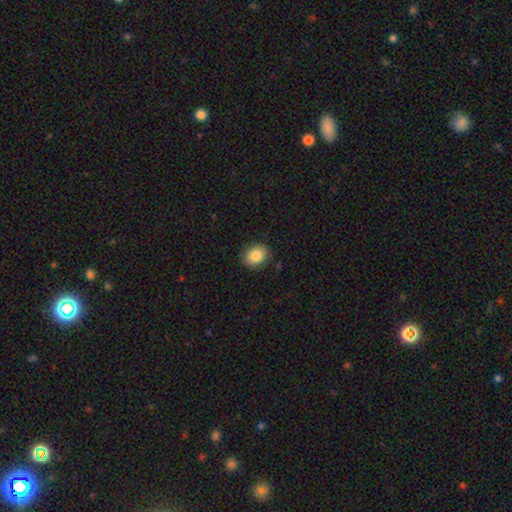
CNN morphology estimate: Q: Smooth or featured?
A: smooth (84%); runner-up: star or artifact (8%)
Q: How rounded?
A: in between (50%); runner-up: round (49%)
Q: Merging?
A: none (88%); runner-up: minor disturbance (9%)